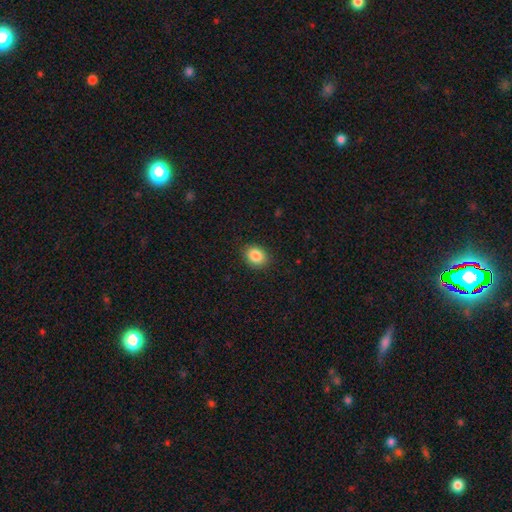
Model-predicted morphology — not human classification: smooth-or-featured: smooth: 86% | star or artifact: 9% | featured or disk: 5%
  how-rounded: round: 52% | in between: 47% | cigar-shaped: 1%
  merging: none: 89% | minor disturbance: 8% | major disturbance: 2% | merger: 1%